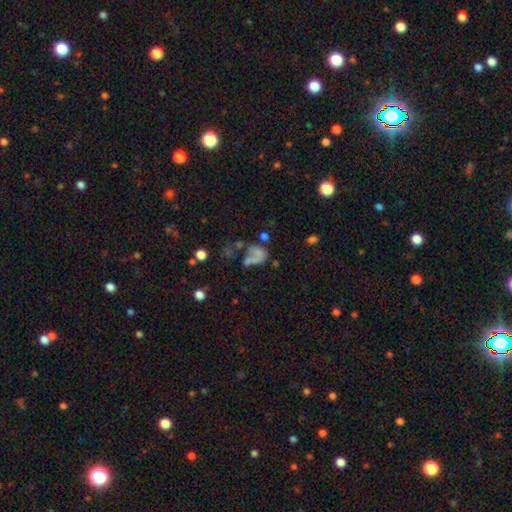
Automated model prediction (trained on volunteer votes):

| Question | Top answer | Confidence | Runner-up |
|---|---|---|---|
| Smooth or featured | smooth | 52% | featured or disk (31%) |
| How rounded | in between | 66% | round (31%) |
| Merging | merger | 34% | major disturbance (32%) |